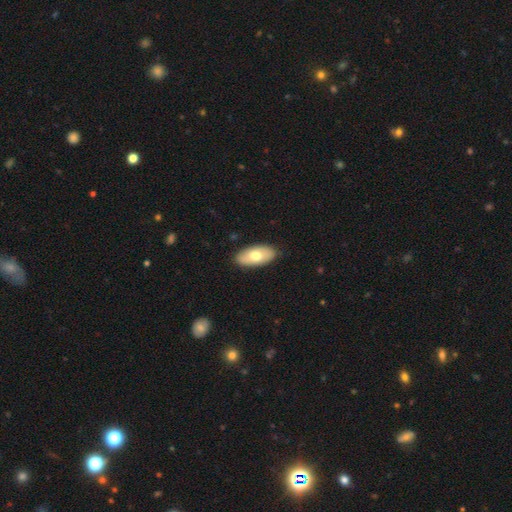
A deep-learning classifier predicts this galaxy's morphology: Smooth or featured: smooth — 70% (featured or disk — 25%)
How rounded: in between — 93% (cigar-shaped — 4%)
Merging: none — 88% (minor disturbance — 10%)